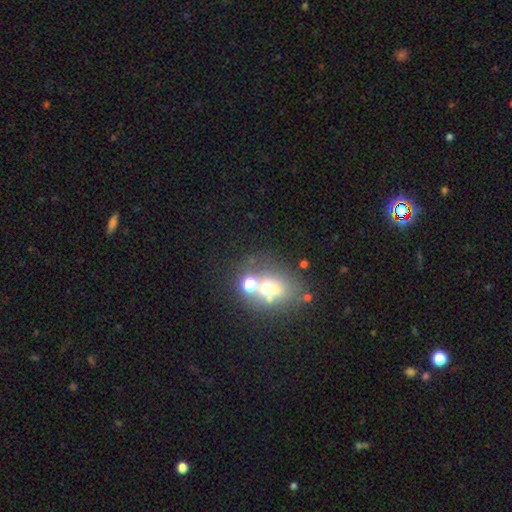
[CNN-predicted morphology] type=smooth (51%); roundness=round (56%); merging=none (44%).